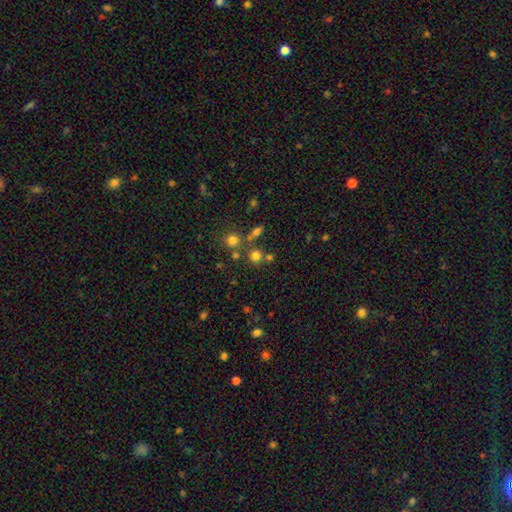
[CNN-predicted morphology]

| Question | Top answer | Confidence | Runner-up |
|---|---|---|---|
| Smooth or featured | smooth | 72% | star or artifact (20%) |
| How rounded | round | 87% | in between (12%) |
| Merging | none | 69% | merger (19%) |